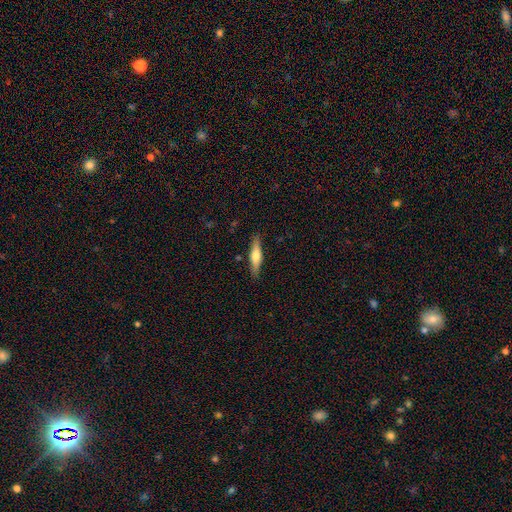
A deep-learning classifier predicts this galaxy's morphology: A smooth galaxy with no disk features (51%) that is cigar-shaped (74%). Merging: none (87%).